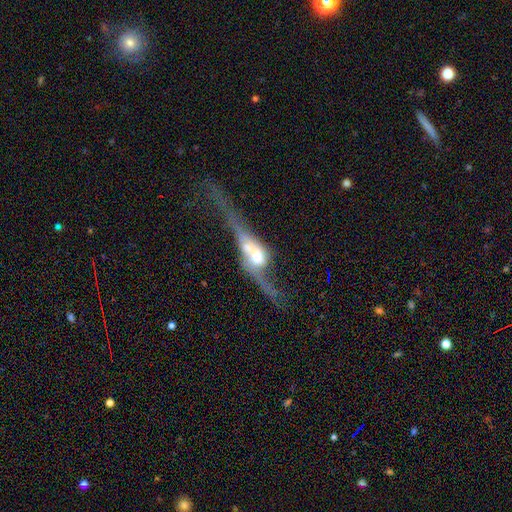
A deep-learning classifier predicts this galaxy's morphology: A featured or disk galaxy (71%).

Vote fractions:
- Smooth or featured? featured or disk: 71% / smooth: 21% / star or artifact: 8%
- Edge-on disk? no: 53% / yes: 47%
- Merging? merger: 34% / major disturbance: 31% / none: 21% / minor disturbance: 13%